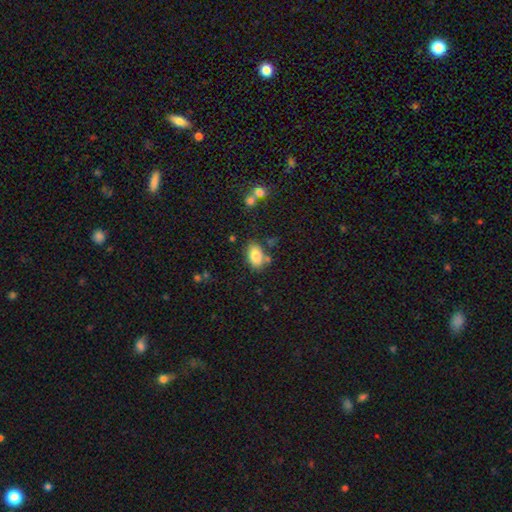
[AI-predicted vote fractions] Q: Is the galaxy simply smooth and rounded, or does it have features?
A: smooth — 84%.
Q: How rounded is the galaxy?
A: in between — 90%.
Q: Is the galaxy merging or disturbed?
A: none — 71%.